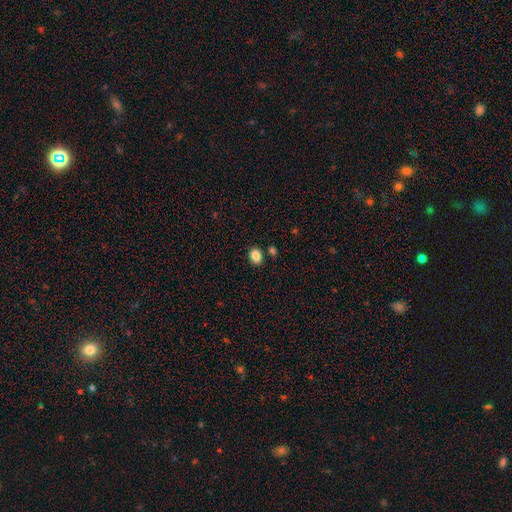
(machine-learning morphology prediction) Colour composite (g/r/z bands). It shows a smooth galaxy with no disk features (86%) that is in between round and cigar-shaped (63%). Merging: none (84%).